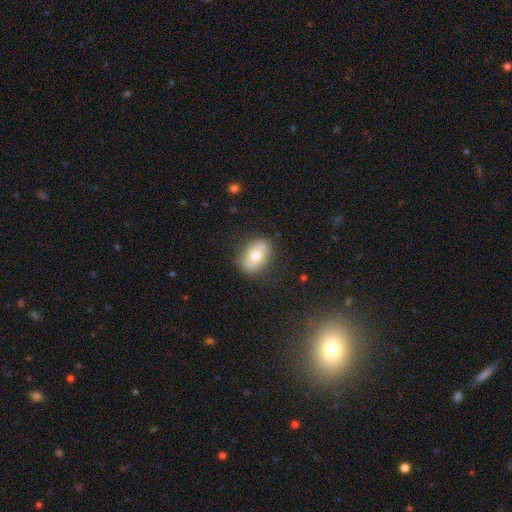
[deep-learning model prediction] The model was most divided on "smooth or featured": smooth: 57%, featured or disk: 36%, star or artifact: 7%. More confident: merging — none (80%); how rounded — in between (78%).